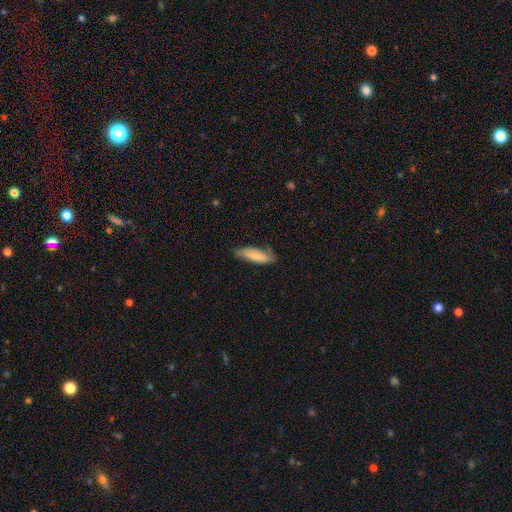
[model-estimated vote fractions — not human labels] A smooth galaxy with no disk features (78%) that is cigar-shaped (49%, tied with in between).

Vote fractions:
- Smooth or featured? smooth: 78% / featured or disk: 16% / star or artifact: 6%
- How rounded? cigar-shaped: 49% (tied) / in between: 49% (tied) / round: 2%
- Merging? none: 68% / minor disturbance: 25% / major disturbance: 5% / merger: 2%